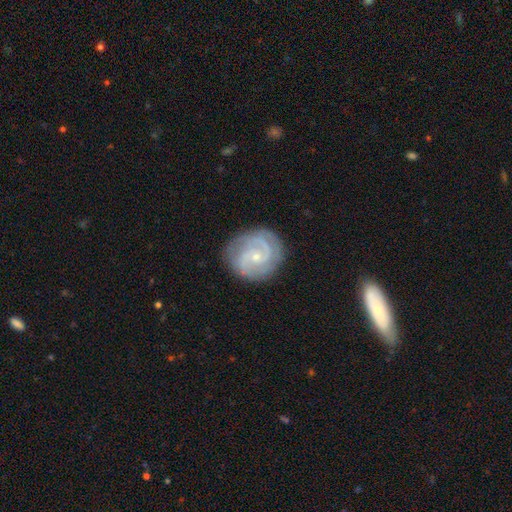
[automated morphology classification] type=featured or disk (86%); edge-on=no (98%); bar=no (62%); spiral arms=yes (97%); winding=tight (52%); arm count=2 (58%); bulge=small (79%); merging=none (82%).